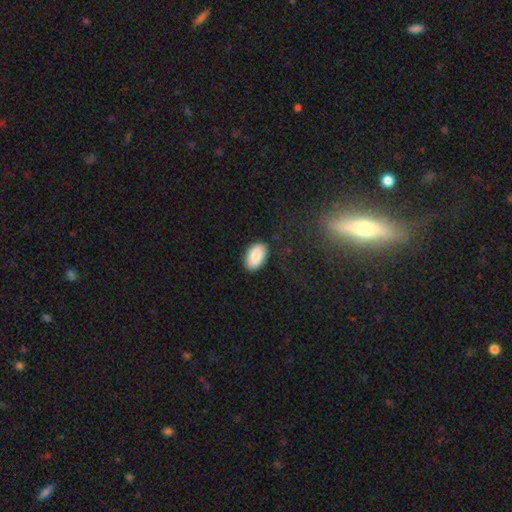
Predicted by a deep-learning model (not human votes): A smooth galaxy with no disk features (89%) that is in between round and cigar-shaped (93%).

Vote fractions:
- Smooth or featured? smooth: 89% / star or artifact: 7% / featured or disk: 5%
- How rounded? in between: 93% / round: 5% / cigar-shaped: 1%
- Merging? none: 85% / minor disturbance: 11% / major disturbance: 3% / merger: 1%